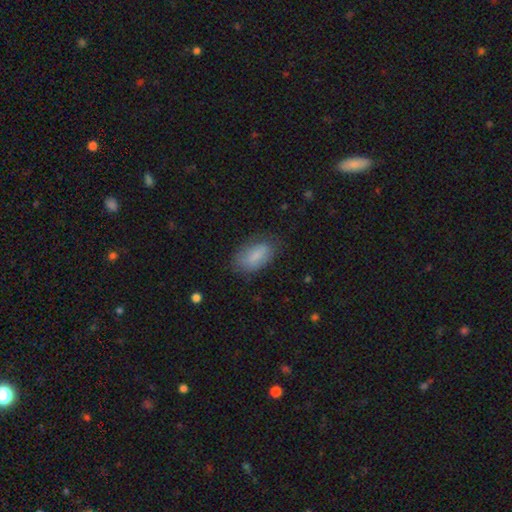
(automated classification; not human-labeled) Overall: smooth (80%). How rounded: in between (92%). Merging: none (72%).